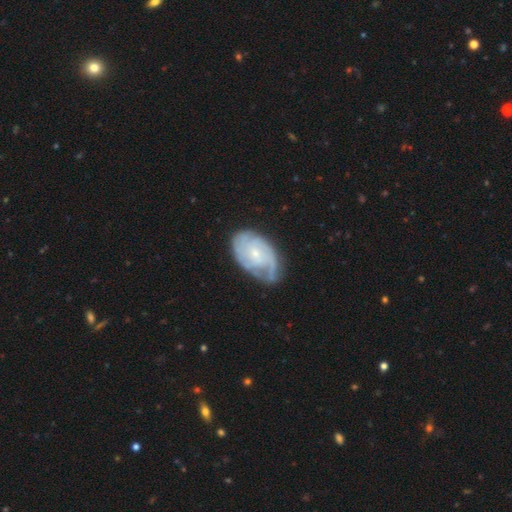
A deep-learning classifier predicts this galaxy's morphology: Smooth or featured?
  - featured or disk: 71% *
  - smooth: 22%
  - star or artifact: 8%
Edge-on disk?
  - no: 96% *
  - yes: 4%
Bar?
  - no: 71% *
  - weak: 25%
  - strong: 4%
Spiral arms?
  - yes: 90% *
  - no: 10%
Spiral winding?
  - tight: 63% *
  - medium: 28%
  - loose: 9%
Spiral arm count?
  - can't tell: 37% *
  - 2: 34%
  - 3: 13%
  - 1: 8%
  - 4: 4%
  - more than 4: 4%
Bulge size?
  - small: 69% *
  - moderate: 25%
  - none: 4%
  - large: 2%
  - dominant: 1%
Merging?
  - none: 64% *
  - minor disturbance: 26%
  - major disturbance: 9%
  - merger: 2%